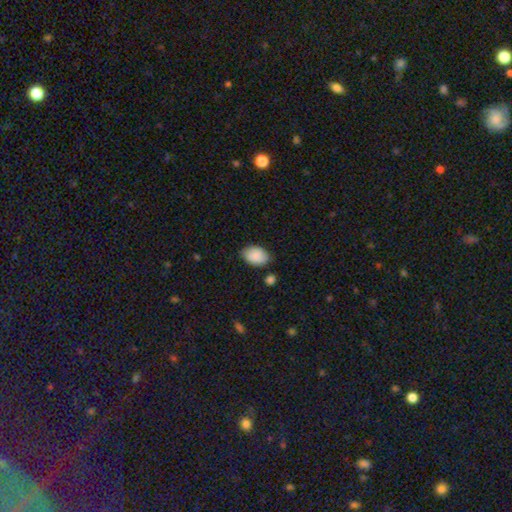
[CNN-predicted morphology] smooth_or_featured: smooth (p=0.88) [alt: star or artifact p=0.06]
how_rounded: in between (p=0.89) [alt: round p=0.10]
merging: none (p=0.77) [alt: minor disturbance p=0.17]